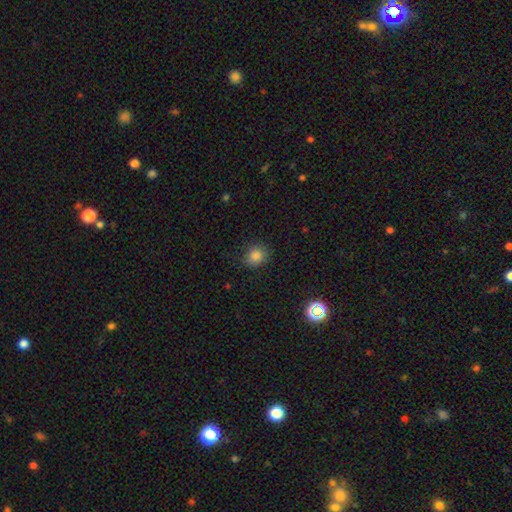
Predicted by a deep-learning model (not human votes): This is clearly a smooth galaxy (84%). How rounded: likely round (75%). Merging: clearly none (81%).